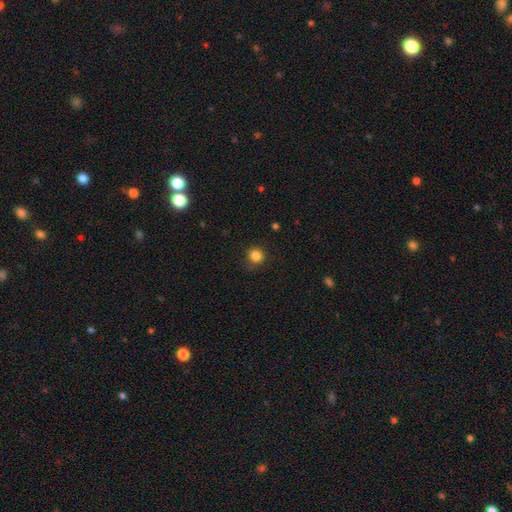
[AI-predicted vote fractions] Smooth or featured? smooth (84%)
How rounded? round (91%)
Merging? none (82%)